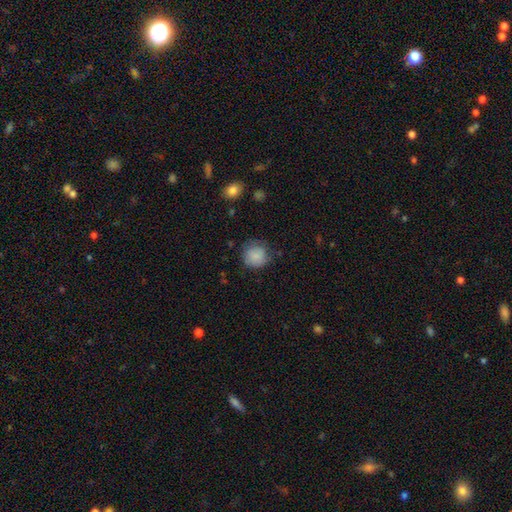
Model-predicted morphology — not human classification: The model was most divided on "merging": none: 69%, minor disturbance: 23%, major disturbance: 7%, merger: 2%. More confident: how rounded — round (88%); smooth or featured — smooth (83%).